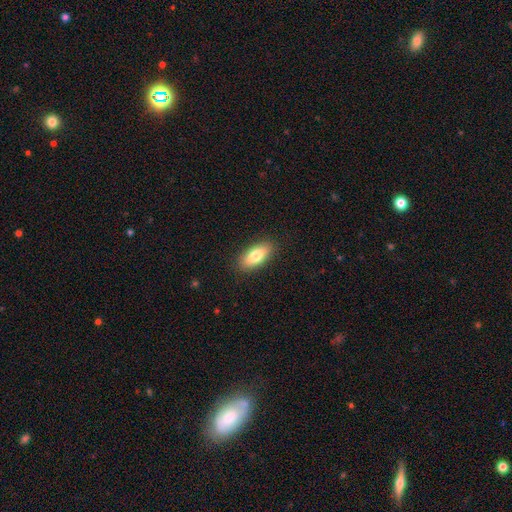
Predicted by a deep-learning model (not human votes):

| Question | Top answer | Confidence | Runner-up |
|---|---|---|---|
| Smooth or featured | smooth | 79% | featured or disk (14%) |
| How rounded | in between | 84% | cigar-shaped (13%) |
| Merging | none | 88% | minor disturbance (9%) |